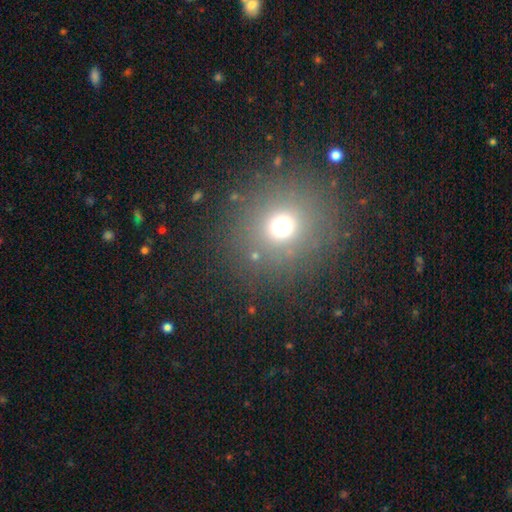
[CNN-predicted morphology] This appears to be a smooth galaxy with no disk features (63%) that is round (86%). Merging: none (88%).